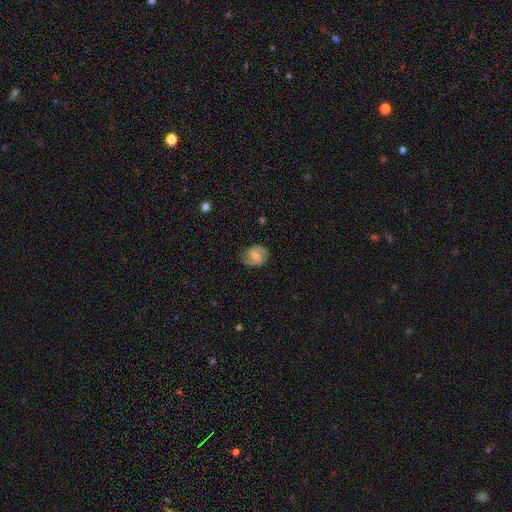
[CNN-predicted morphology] A featured or disk galaxy (79%) with a weak bar (55%), 2 (91%) medium (54%) spiral arms (95%) and a small central bulge (41%). Merging: none (81%).